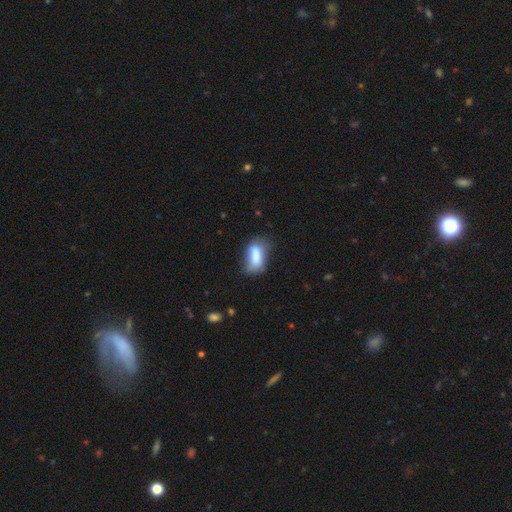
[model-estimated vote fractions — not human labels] Smooth or featured: smooth — 76% (featured or disk — 15%)
How rounded: in between — 85% (cigar-shaped — 10%)
Merging: none — 46% (minor disturbance — 32%)